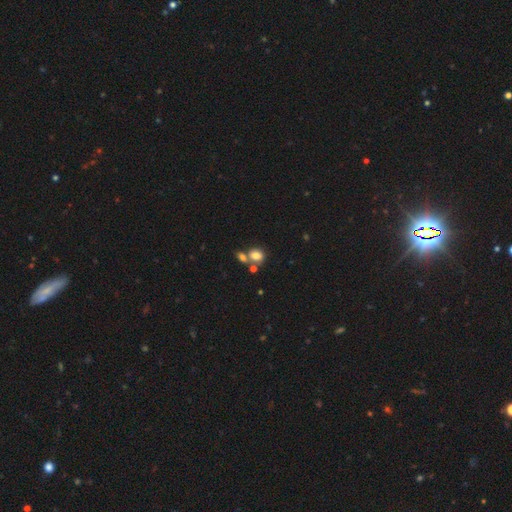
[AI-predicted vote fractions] smooth 79%, star or artifact 11%, featured or disk 10%. Down the decision tree: how rounded — round (52%); merging — merger (42%, tied with none).